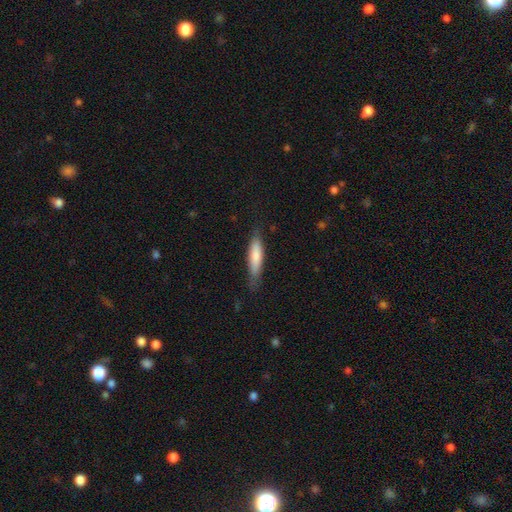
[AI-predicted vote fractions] This appears to be a smooth galaxy with no disk features (75%) that is cigar-shaped (75%). Merging: none (76%).